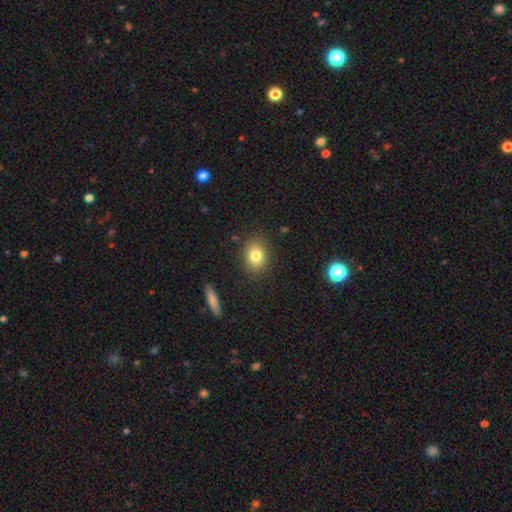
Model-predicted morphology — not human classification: type=smooth (80%); roundness=in between (53%); merging=none (86%).